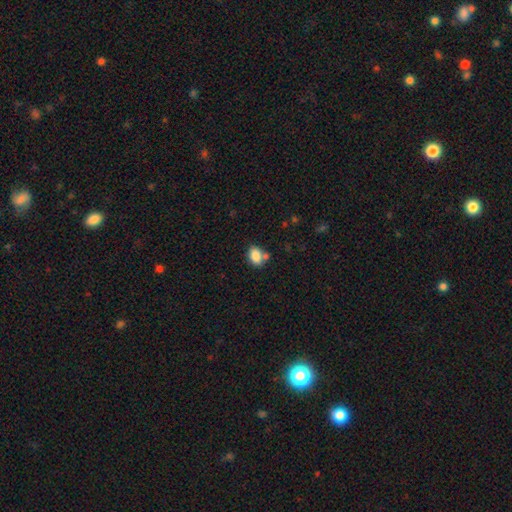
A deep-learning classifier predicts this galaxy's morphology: smooth 84%, star or artifact 9%, featured or disk 7%. Down the decision tree: how rounded — in between (79%); merging — none (58%).